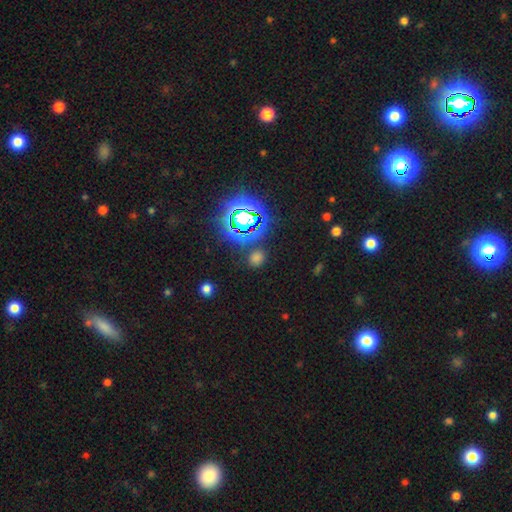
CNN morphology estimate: smooth_or_featured: star or artifact (p=0.63) [alt: smooth p=0.30]